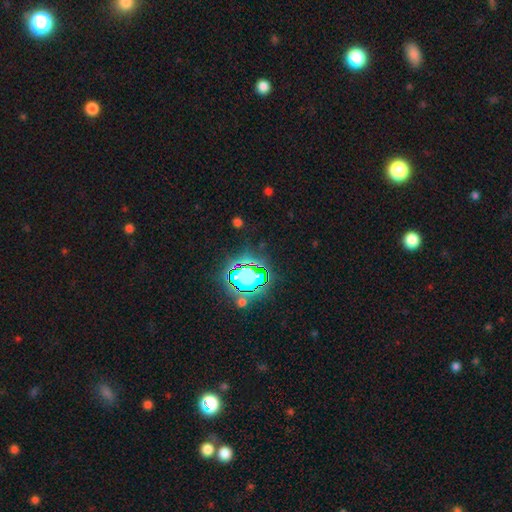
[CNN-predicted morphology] A star or artifact, not a galaxy (81%).